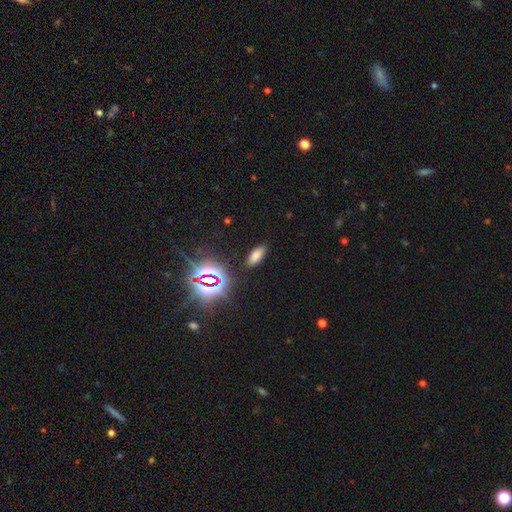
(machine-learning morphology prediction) This appears to be a smooth galaxy with no disk features (69%) that is in between round and cigar-shaped (82%). Merging: none (87%).